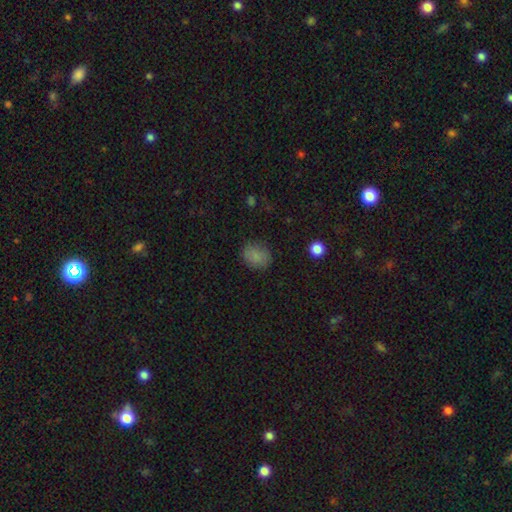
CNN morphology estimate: Overall: smooth (81%). How rounded: round (55%; in between 44%). Merging: none (79%).